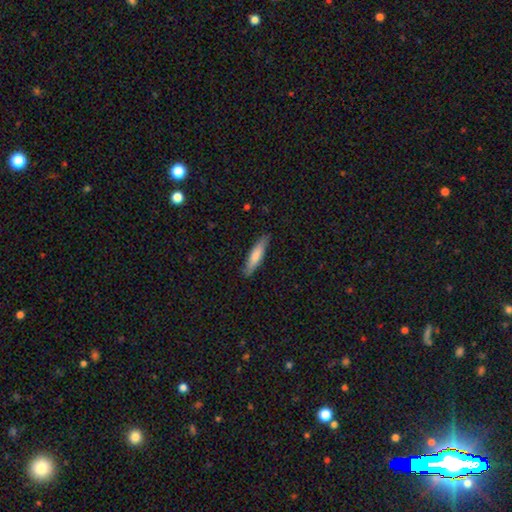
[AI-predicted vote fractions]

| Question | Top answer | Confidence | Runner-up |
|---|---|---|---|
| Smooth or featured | smooth | 73% | featured or disk (22%) |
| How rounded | cigar-shaped | 82% | in between (17%) |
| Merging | none | 87% | minor disturbance (10%) |